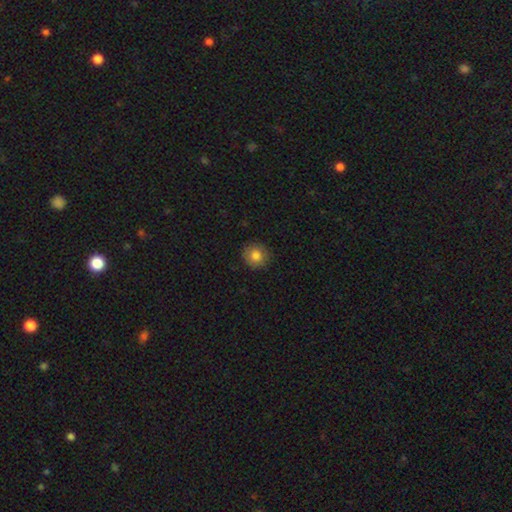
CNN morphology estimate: This is clearly a smooth galaxy (82%). How rounded: clearly round (92%). Merging: clearly none (88%).